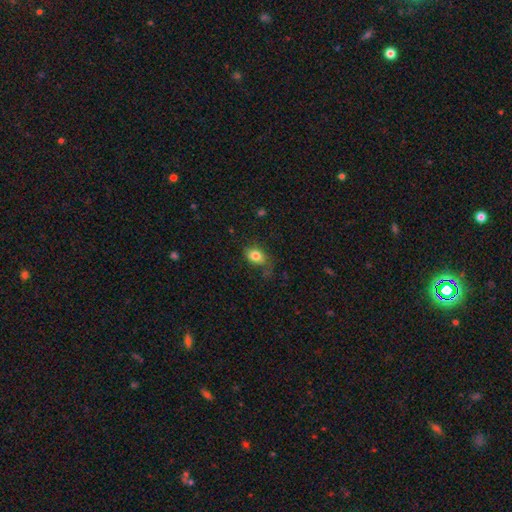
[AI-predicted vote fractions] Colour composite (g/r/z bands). It shows a smooth galaxy with no disk features (81%) that is in between round and cigar-shaped (69%). Merging: none (63%).